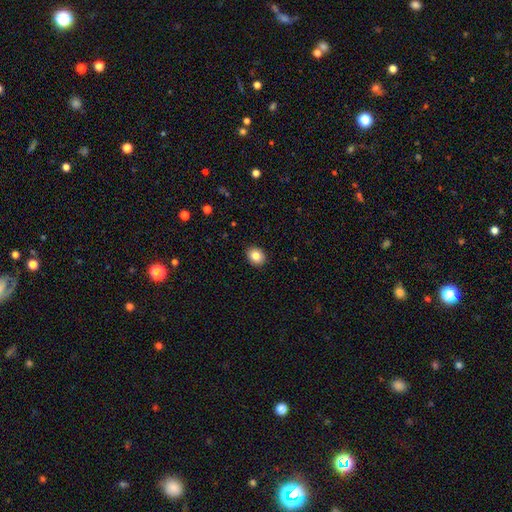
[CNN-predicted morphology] Q: Smooth or featured?
A: smooth (83%); runner-up: star or artifact (9%)
Q: How rounded?
A: in between (52%); runner-up: round (47%)
Q: Merging?
A: none (90%); runner-up: minor disturbance (7%)